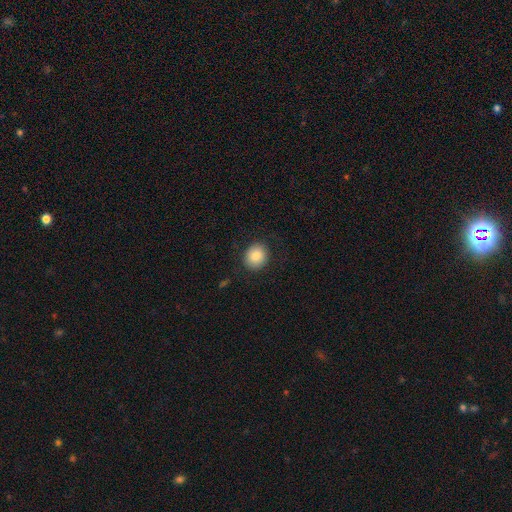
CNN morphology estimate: This is clearly a smooth galaxy (85%). How rounded: likely round (77%). Merging: clearly none (86%).